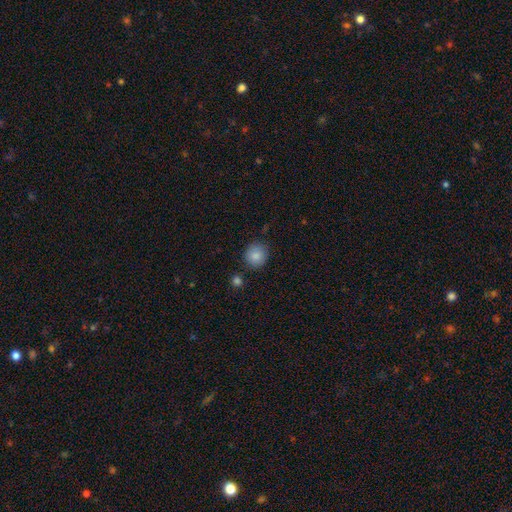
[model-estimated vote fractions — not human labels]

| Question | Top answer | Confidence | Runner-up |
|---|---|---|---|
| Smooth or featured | smooth | 87% | star or artifact (8%) |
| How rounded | round | 84% | in between (15%) |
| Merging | none | 83% | minor disturbance (10%) |